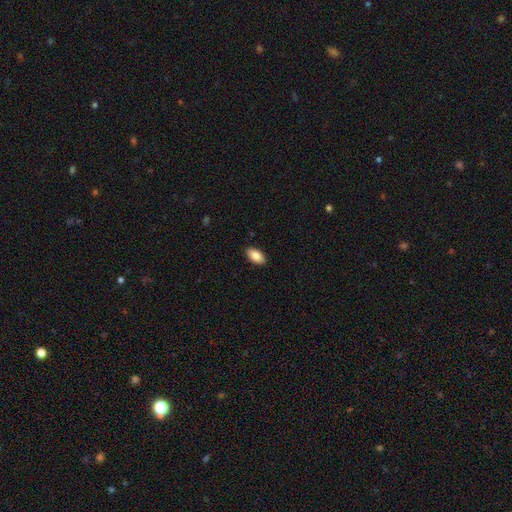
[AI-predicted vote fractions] Overall: smooth (87%). How rounded: in between (93%). Merging: none (89%).